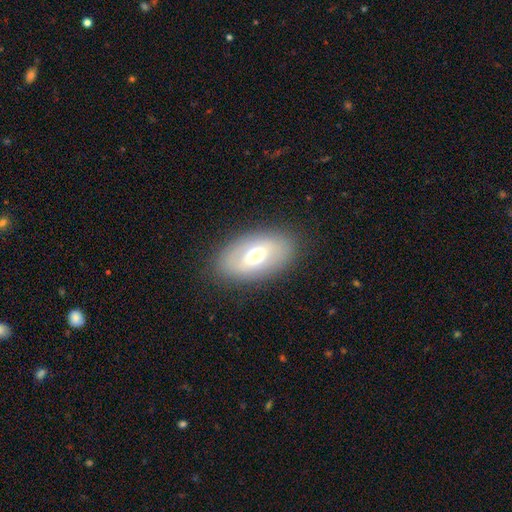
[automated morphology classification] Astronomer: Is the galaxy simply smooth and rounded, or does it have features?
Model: smooth — 48% (runner-up: featured or disk, 44%).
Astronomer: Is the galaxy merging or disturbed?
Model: none — 85%.